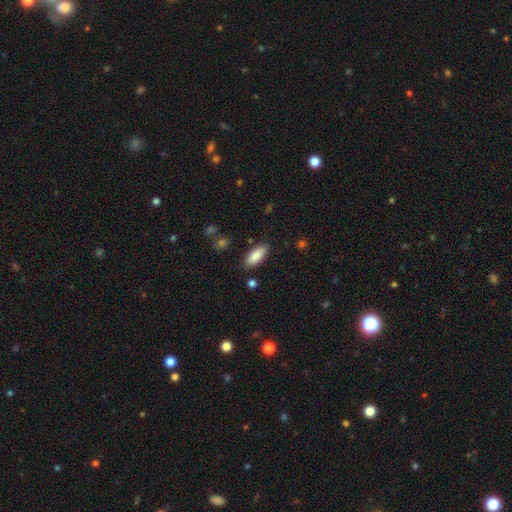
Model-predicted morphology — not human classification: type=smooth (85%); roundness=in between (81%); merging=none (86%).